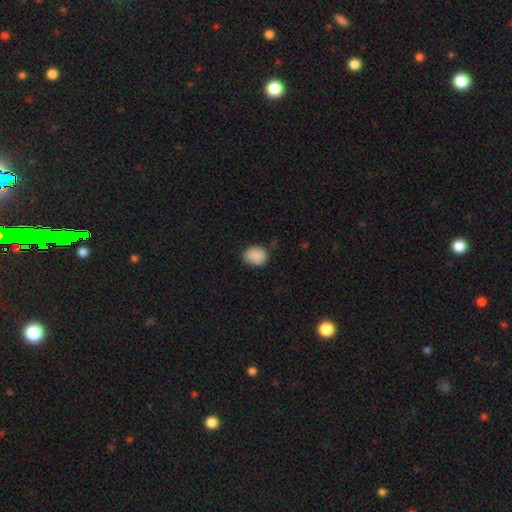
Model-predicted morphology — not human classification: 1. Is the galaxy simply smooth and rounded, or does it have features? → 89% smooth, 8% star or artifact, 4% featured or disk.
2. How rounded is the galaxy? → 57% round, 42% in between, 1% cigar-shaped.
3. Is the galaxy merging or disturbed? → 77% none, 18% minor disturbance, 3% major disturbance, 1% merger.